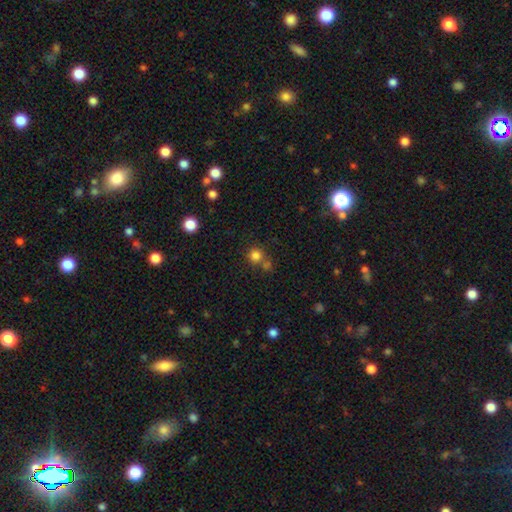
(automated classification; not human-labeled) The model was most divided on "merging": none: 60%, merger: 26%, minor disturbance: 9%, major disturbance: 4%. More confident: how rounded — round (91%); smooth or featured — smooth (79%).